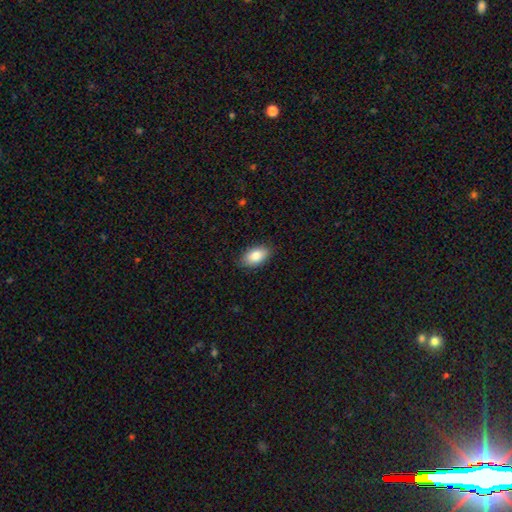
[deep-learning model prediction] Overall: smooth (84%). How rounded: in between (92%). Merging: none (86%).